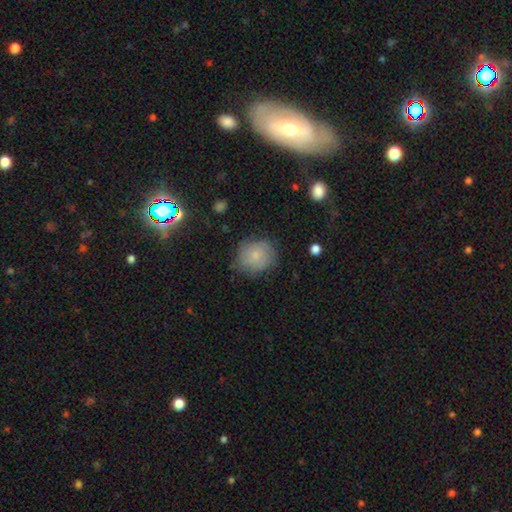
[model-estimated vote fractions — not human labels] smooth 76%, featured or disk 15%, star or artifact 9%. Down the decision tree: how rounded — round (76%); merging — none (71%).